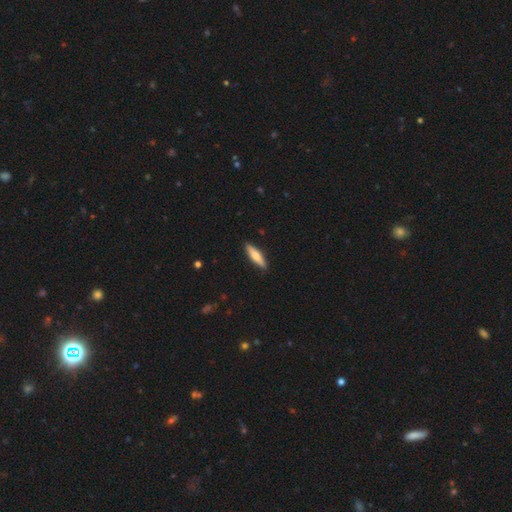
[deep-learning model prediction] smooth 61%, featured or disk 34%, star or artifact 5%. Down the decision tree: how rounded — cigar-shaped (73%); merging — none (90%).